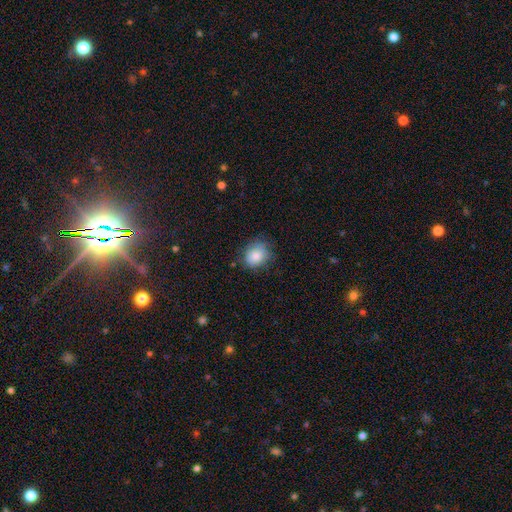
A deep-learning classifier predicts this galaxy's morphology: type=smooth (84%); roundness=round (58%); merging=none (71%).